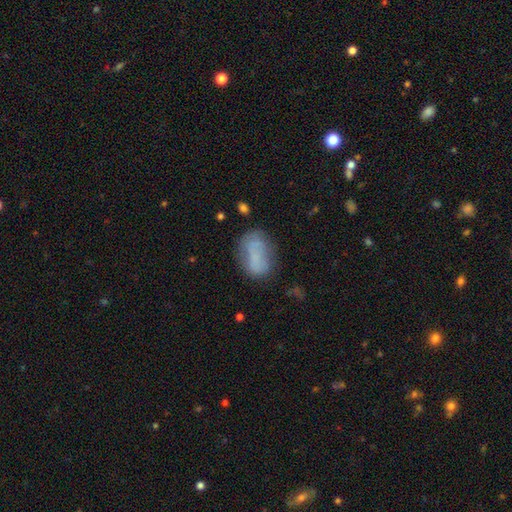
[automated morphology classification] Smooth or featured?
  - smooth: 67% *
  - featured or disk: 23%
  - star or artifact: 10%
How rounded?
  - in between: 87% *
  - round: 10%
  - cigar-shaped: 2%
Merging?
  - none: 56% *
  - minor disturbance: 26%
  - major disturbance: 12%
  - merger: 6%